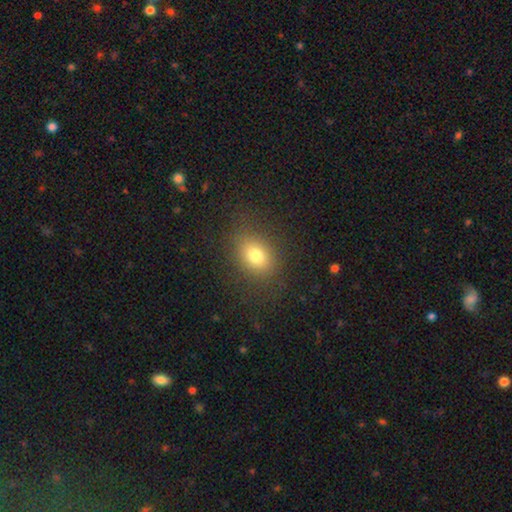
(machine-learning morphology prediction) Smooth or featured? smooth (79%)
How rounded? in between (61%)
Merging? none (82%)